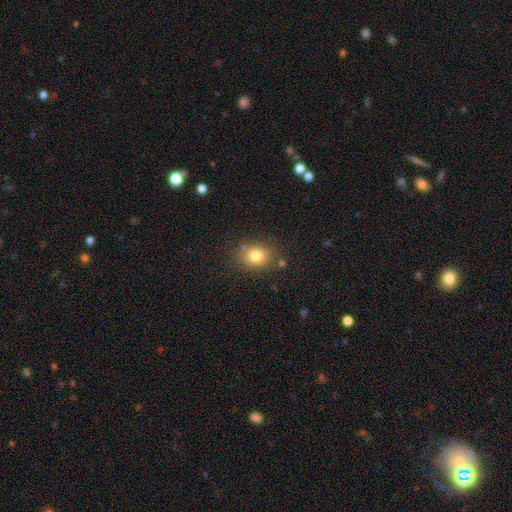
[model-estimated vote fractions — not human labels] A smooth galaxy with no disk features (79%) that is round (60%). Merging: none (80%).